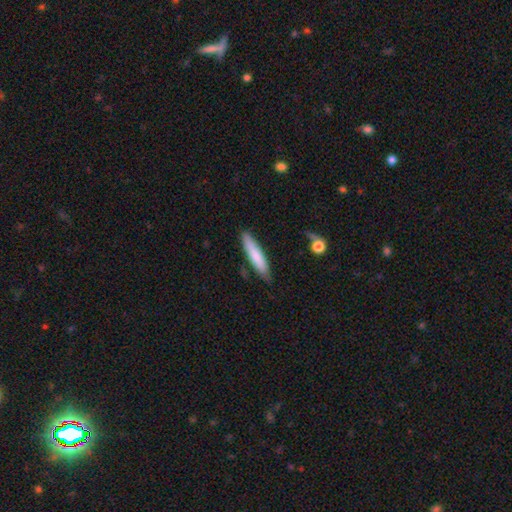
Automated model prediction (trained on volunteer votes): Smooth or featured? smooth (77%)
How rounded? cigar-shaped (83%)
Merging? none (78%)